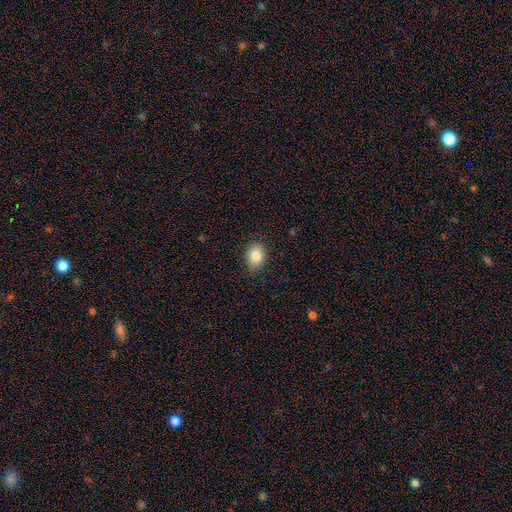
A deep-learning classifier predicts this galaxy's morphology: Smooth or featured? Predicted: smooth (p=0.85). How rounded? Predicted: in between (p=0.65). Merging? Predicted: none (p=0.86).